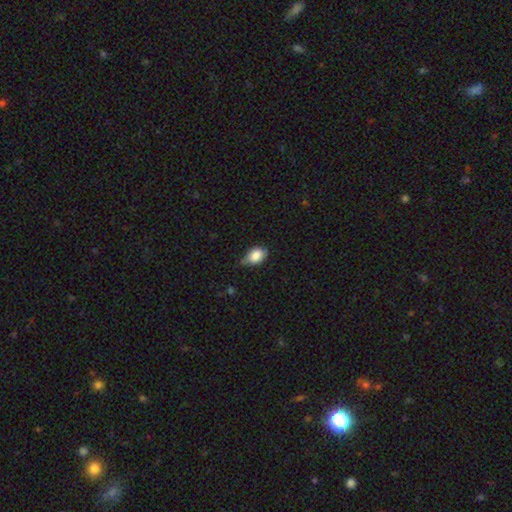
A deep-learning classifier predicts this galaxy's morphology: A smooth galaxy with no disk features (84%) that is in between round and cigar-shaped (80%).

Vote fractions:
- Smooth or featured? smooth: 84% / featured or disk: 8% / star or artifact: 8%
- How rounded? in between: 80% / round: 18% / cigar-shaped: 2%
- Merging? none: 51% / minor disturbance: 39% / major disturbance: 6% / merger: 3%